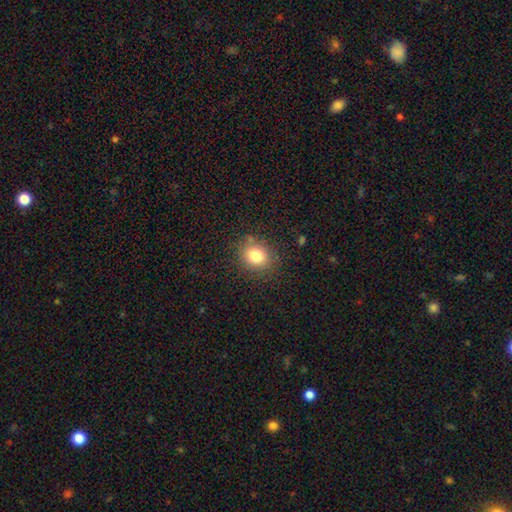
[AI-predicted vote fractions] A smooth galaxy with no disk features (80%) that is round (70%).

Vote fractions:
- Smooth or featured? smooth: 80% / star or artifact: 12% / featured or disk: 8%
- How rounded? round: 70% / in between: 29% / cigar-shaped: 1%
- Merging? none: 82% / minor disturbance: 12% / major disturbance: 4% / merger: 2%